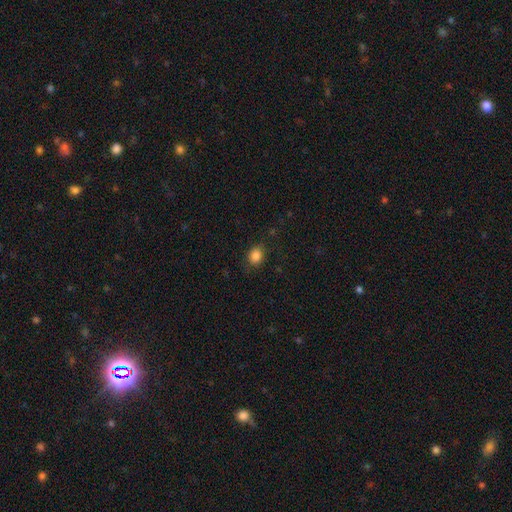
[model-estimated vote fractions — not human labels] A smooth galaxy with no disk features (85%) that is round (62%).

Vote fractions:
- Smooth or featured? smooth: 85% / star or artifact: 11% / featured or disk: 4%
- How rounded? round: 62% / in between: 37% / cigar-shaped: 1%
- Merging? none: 82% / minor disturbance: 13% / major disturbance: 4% / merger: 1%